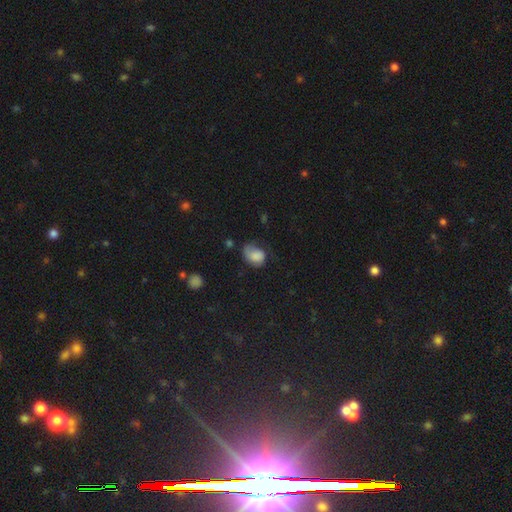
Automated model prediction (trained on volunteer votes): Smooth or featured? smooth (72%)
How rounded? in between (67%)
Merging? none (37%)